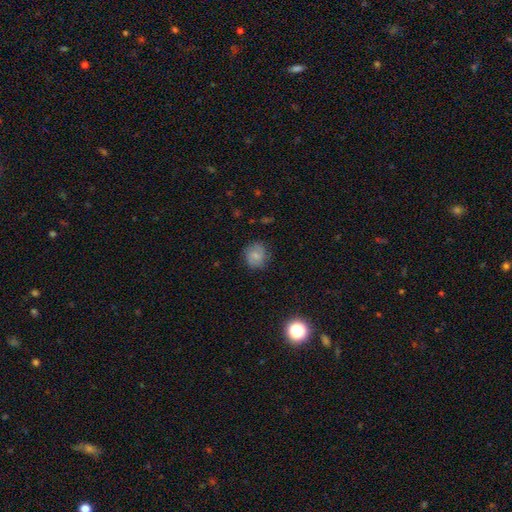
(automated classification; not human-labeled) smooth 67%, featured or disk 23%, star or artifact 10%. Down the decision tree: how rounded — round (79%); merging — none (78%).